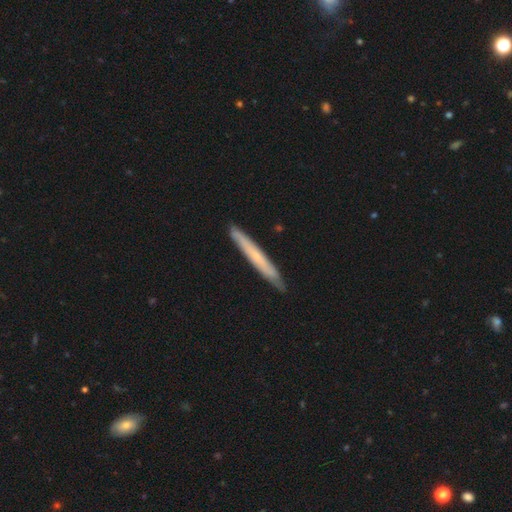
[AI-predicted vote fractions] Morphology: type=smooth (48%); merging=none (88%).